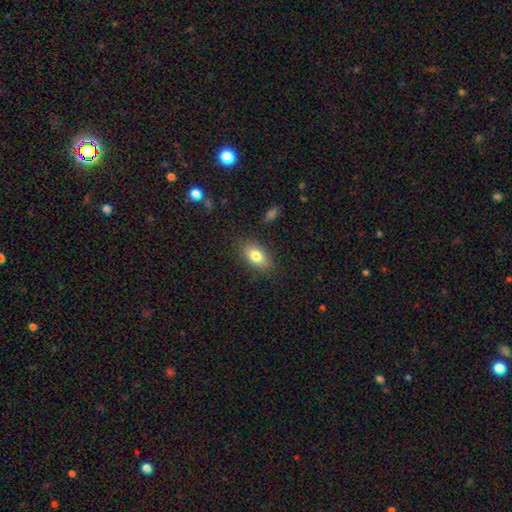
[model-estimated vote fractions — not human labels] This is likely a smooth galaxy (80%). How rounded: clearly in between (89%). Merging: clearly none (84%).